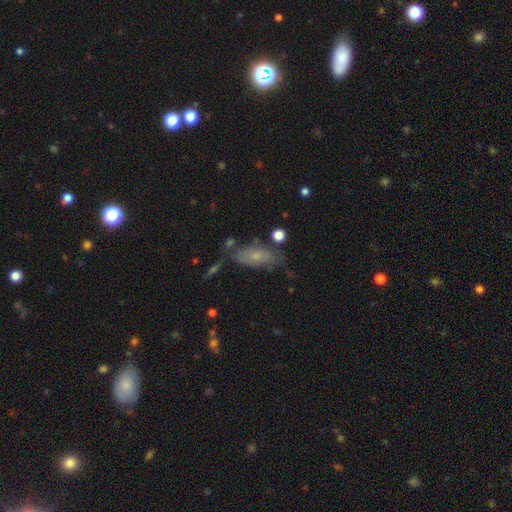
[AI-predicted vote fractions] smooth 63%, featured or disk 26%, star or artifact 11%. Down the decision tree: how rounded — in between (79%); merging — none (61%).